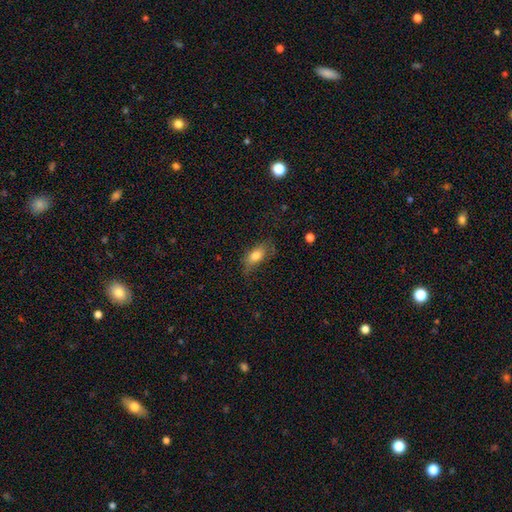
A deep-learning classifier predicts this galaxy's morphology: smooth-or-featured: smooth: 74% | featured or disk: 17% | star or artifact: 8%
  how-rounded: in between: 83% | cigar-shaped: 12% | round: 5%
  merging: none: 58% | minor disturbance: 28% | major disturbance: 12% | merger: 2%